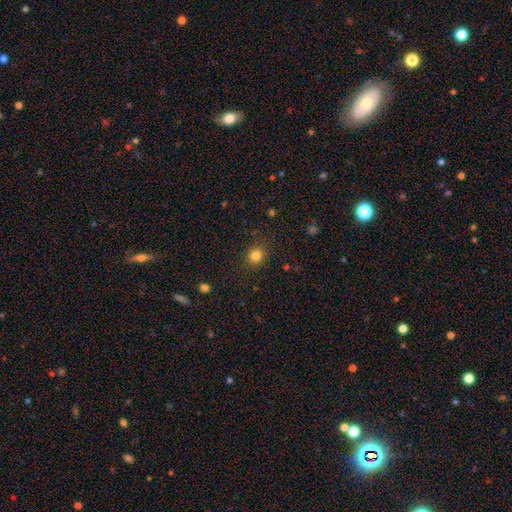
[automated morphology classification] The model was most divided on "how rounded": round: 80%, in between: 19%, cigar-shaped: 1%. More confident: merging — none (87%); smooth or featured — smooth (82%).